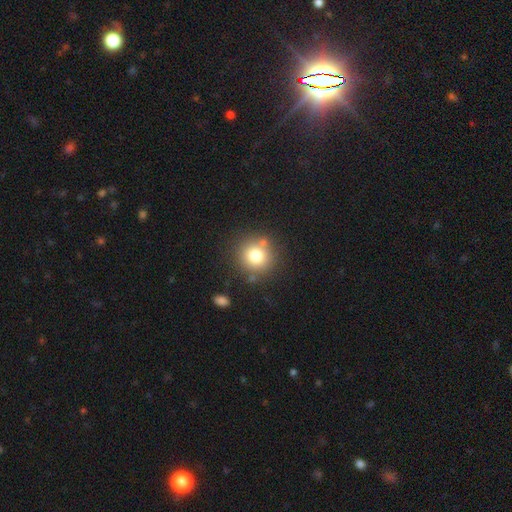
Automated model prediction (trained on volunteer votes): Smooth or featured? smooth (77%)
How rounded? round (91%)
Merging? none (78%)